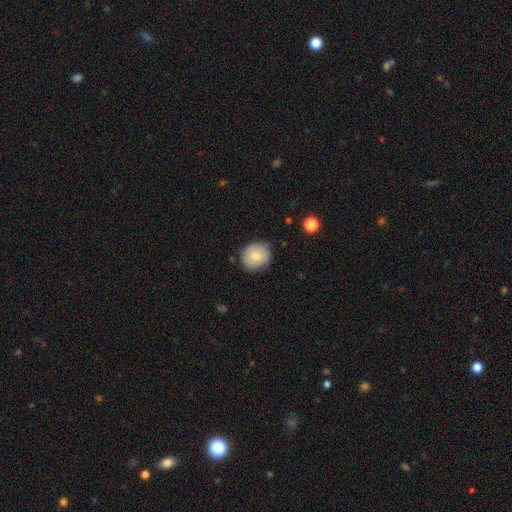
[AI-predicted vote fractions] smooth-or-featured: smooth: 75% | featured or disk: 18% | star or artifact: 8%
  how-rounded: round: 76% | in between: 23% | cigar-shaped: 1%
  merging: none: 78% | minor disturbance: 17% | major disturbance: 3% | merger: 1%